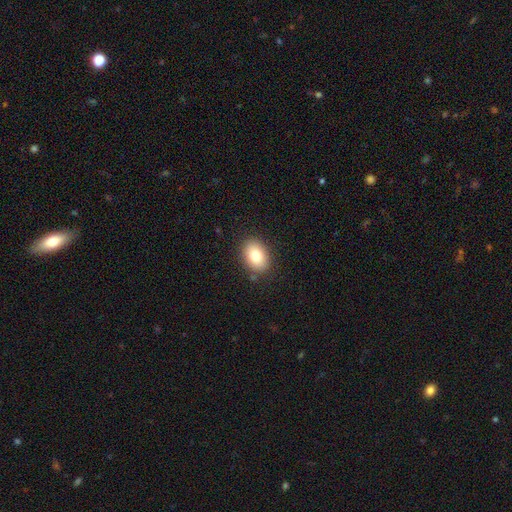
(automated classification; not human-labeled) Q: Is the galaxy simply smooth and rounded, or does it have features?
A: smooth — 81%.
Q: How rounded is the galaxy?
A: in between — 77%.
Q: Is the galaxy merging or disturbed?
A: none — 87%.